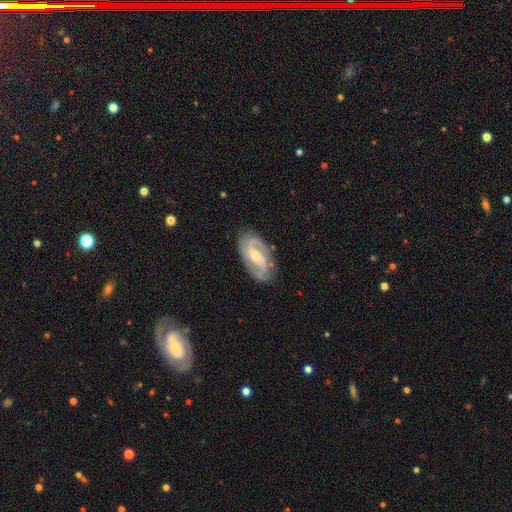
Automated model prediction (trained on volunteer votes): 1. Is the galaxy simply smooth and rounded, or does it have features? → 87% featured or disk, 8% smooth, 5% star or artifact.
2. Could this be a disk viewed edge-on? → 96% no, 4% yes.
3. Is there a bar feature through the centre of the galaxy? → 44% weak, 31% no, 25% strong.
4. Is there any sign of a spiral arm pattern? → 96% yes, 4% no.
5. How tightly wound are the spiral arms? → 50% medium, 25% tight, 25% loose.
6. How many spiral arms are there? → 84% 2, 6% 3, 5% can't tell, 2% 1, 1% 4, 1% more than 4.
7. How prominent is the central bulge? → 48% moderate (tied), 48% small (tied), 1% large, 1% none, 1% dominant.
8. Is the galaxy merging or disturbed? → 79% none, 15% minor disturbance, 4% major disturbance, 1% merger.